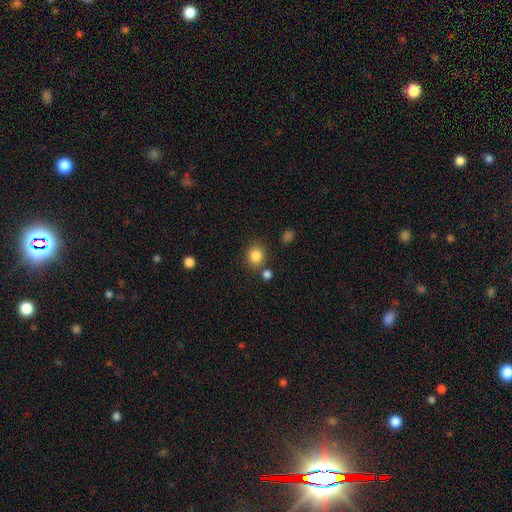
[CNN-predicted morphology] A smooth galaxy with no disk features (85%) that is round (75%). Merging: none (78%).